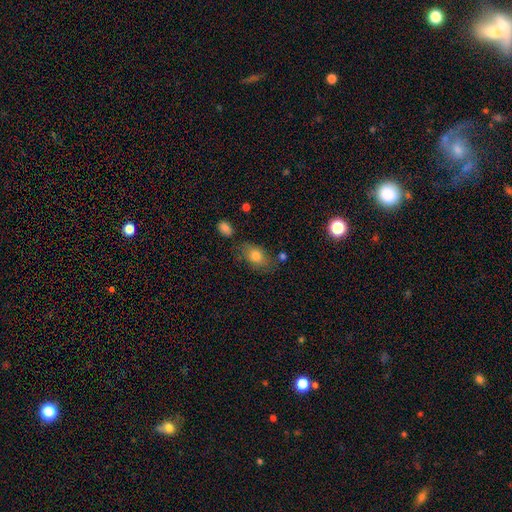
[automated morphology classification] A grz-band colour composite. It shows a smooth galaxy with no disk features (77%) that is in between round and cigar-shaped (84%). Merging: none (66%).